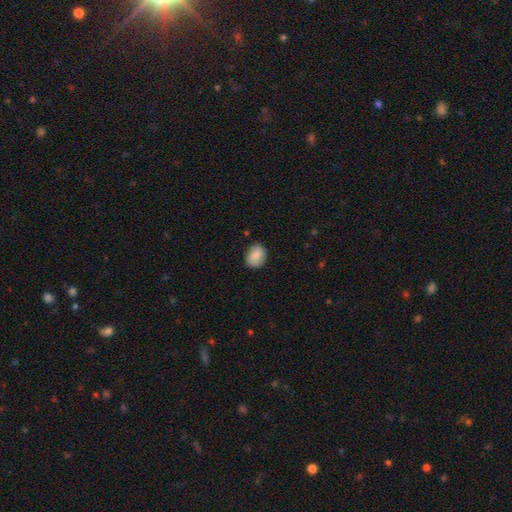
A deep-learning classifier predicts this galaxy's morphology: This is clearly a smooth galaxy (85%). How rounded: possibly in between (51%). Merging: clearly none (81%).